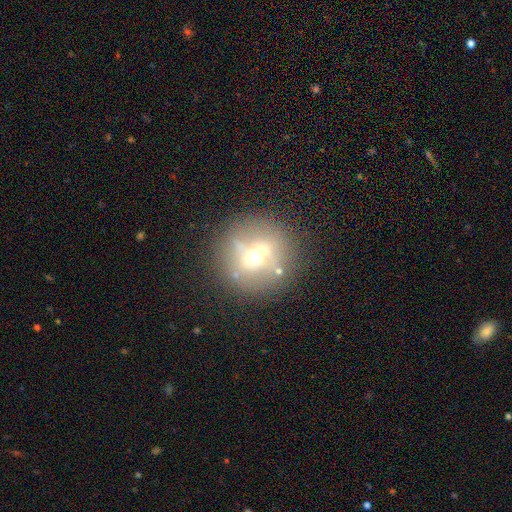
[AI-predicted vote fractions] Smooth or featured: featured or disk — 50% (smooth — 34%)
Merging: none — 80% (minor disturbance — 11%)